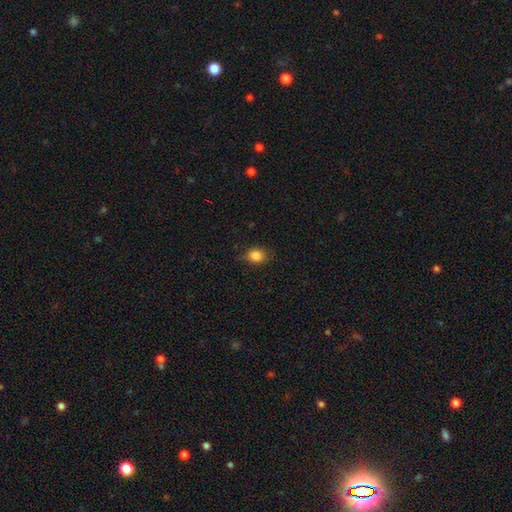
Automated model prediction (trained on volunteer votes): The model was most divided on "how rounded": round: 56%, in between: 43%, cigar-shaped: 1%. More confident: smooth or featured — smooth (84%); merging — none (72%).